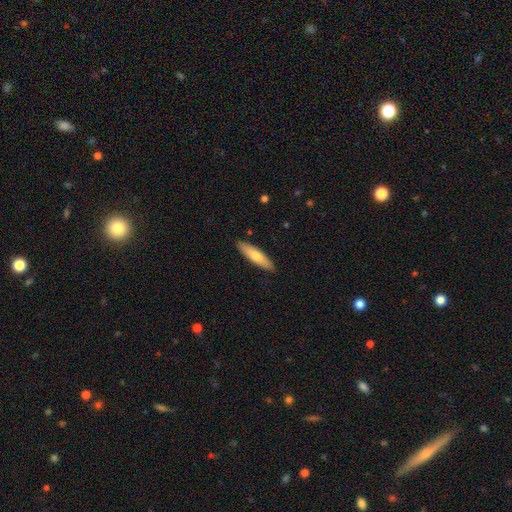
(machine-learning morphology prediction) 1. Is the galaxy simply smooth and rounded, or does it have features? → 68% smooth, 26% featured or disk, 5% star or artifact.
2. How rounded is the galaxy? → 70% cigar-shaped, 28% in between, 2% round.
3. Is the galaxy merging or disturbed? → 89% none, 8% minor disturbance, 2% major disturbance, 1% merger.